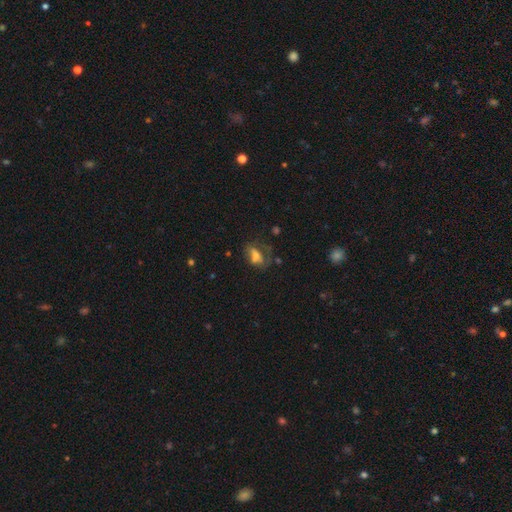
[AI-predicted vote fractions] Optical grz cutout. It shows a smooth galaxy with no disk features (51%) that is in between round and cigar-shaped (80%). Merging: none (37%).